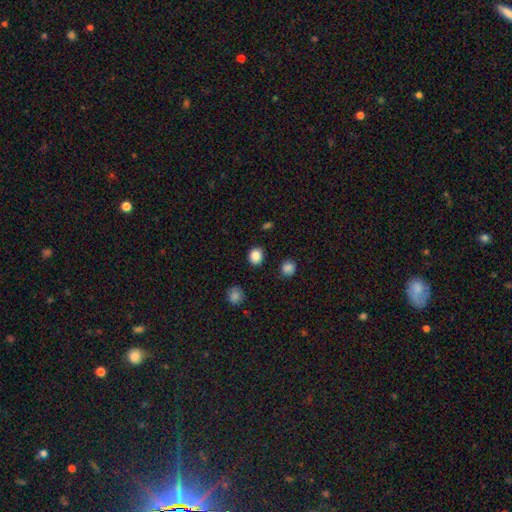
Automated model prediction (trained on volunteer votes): Smooth or featured? Predicted: smooth (p=0.86). How rounded? Predicted: round (p=0.72). Merging? Predicted: none (p=0.89).